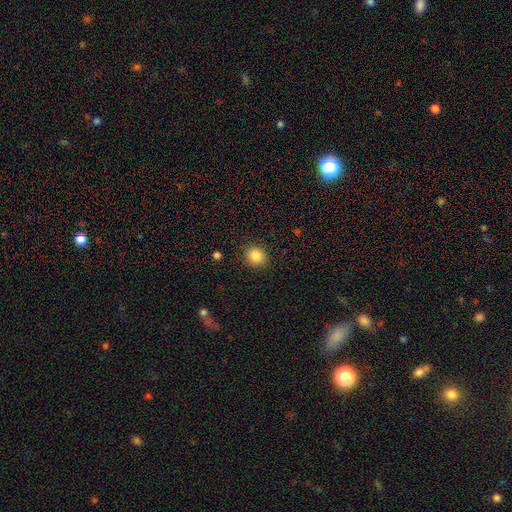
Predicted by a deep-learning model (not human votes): Morphology: type=smooth (85%); roundness=round (83%); merging=none (89%).